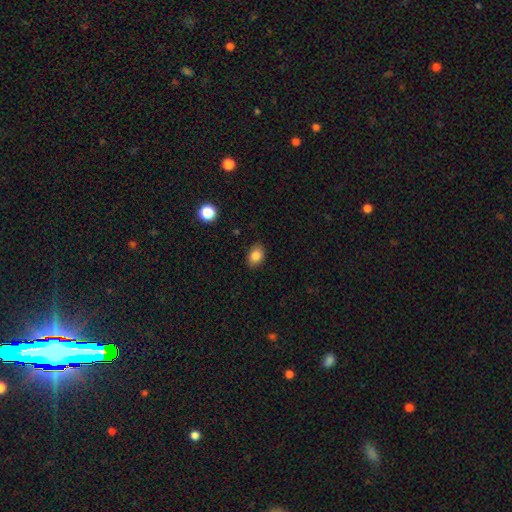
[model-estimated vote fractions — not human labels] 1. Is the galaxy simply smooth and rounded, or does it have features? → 84% smooth, 9% star or artifact, 7% featured or disk.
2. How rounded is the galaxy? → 76% in between, 23% round, 1% cigar-shaped.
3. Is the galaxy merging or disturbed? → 87% none, 10% minor disturbance, 2% major disturbance, 1% merger.